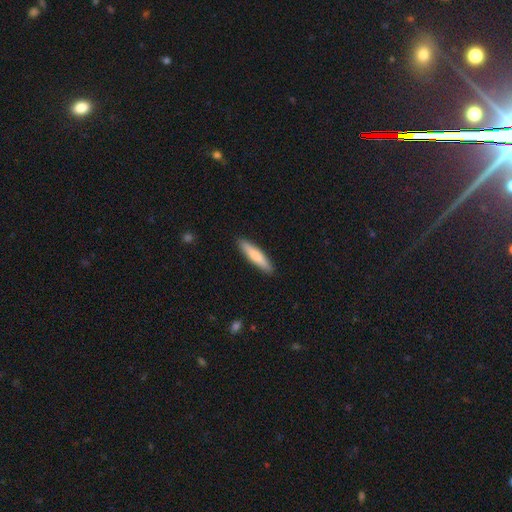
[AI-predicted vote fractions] Morphology: type=smooth (75%); roundness=cigar-shaped (85%); merging=none (90%).